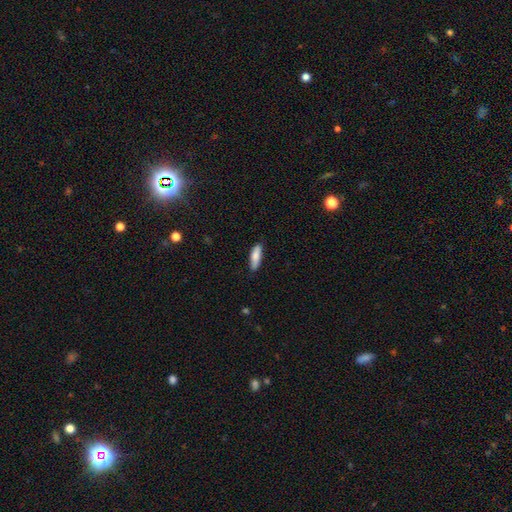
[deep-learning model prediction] Smooth or featured: smooth — 81% (featured or disk — 13%)
How rounded: in between — 51% (cigar-shaped — 47%)
Merging: none — 83% (minor disturbance — 13%)